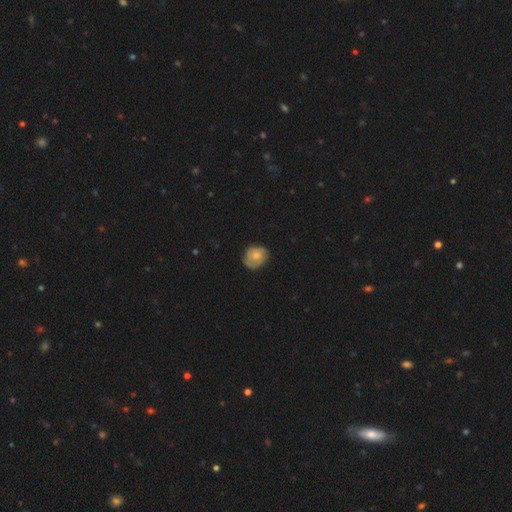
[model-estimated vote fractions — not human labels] A smooth galaxy with no disk features (58%) that is round (65%). Merging: none (67%).